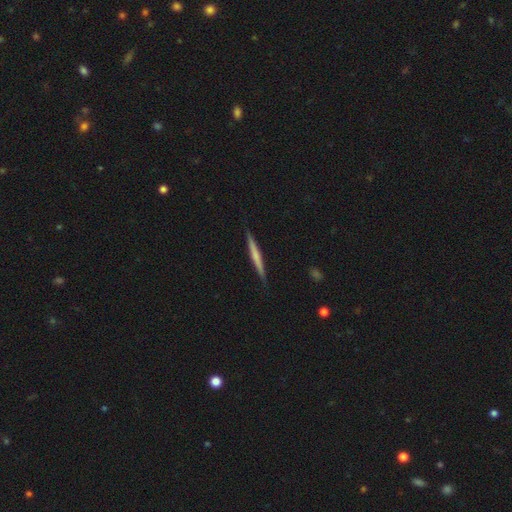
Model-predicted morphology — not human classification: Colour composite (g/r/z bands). It shows a smooth galaxy with no disk features (48%). Merging: none (90%).